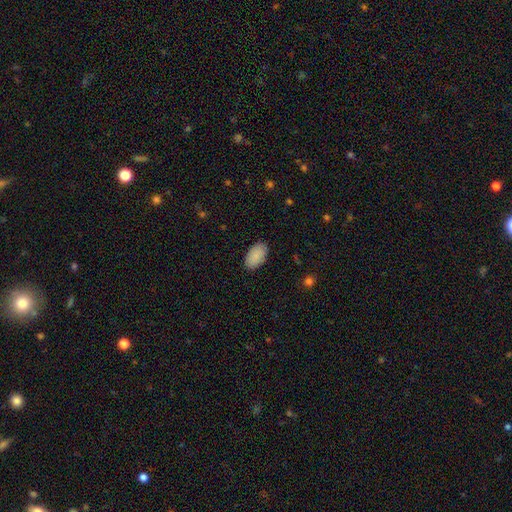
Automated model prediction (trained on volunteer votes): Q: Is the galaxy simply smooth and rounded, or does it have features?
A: smooth — 90%.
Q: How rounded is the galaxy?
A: in between — 95%.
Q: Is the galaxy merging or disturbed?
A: none — 88%.